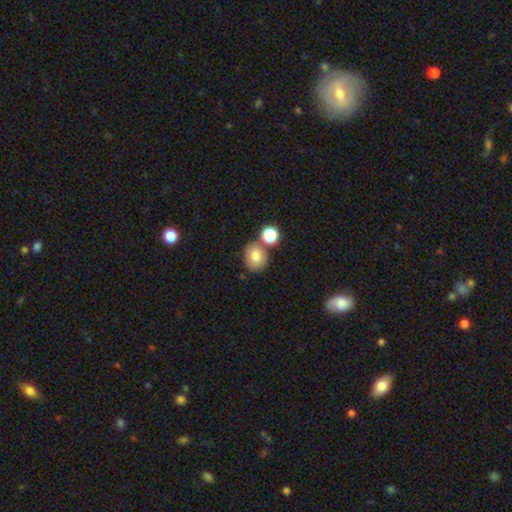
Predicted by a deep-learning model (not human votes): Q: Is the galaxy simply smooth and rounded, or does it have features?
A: smooth — 78%.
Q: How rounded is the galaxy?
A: round — 68%.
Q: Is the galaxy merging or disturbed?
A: none — 63%.